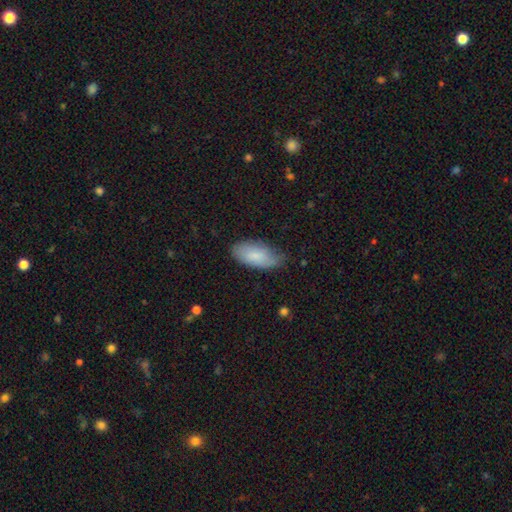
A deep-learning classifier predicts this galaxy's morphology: smooth 79%, featured or disk 15%, star or artifact 6%. Down the decision tree: how rounded — in between (91%); merging — none (62%).